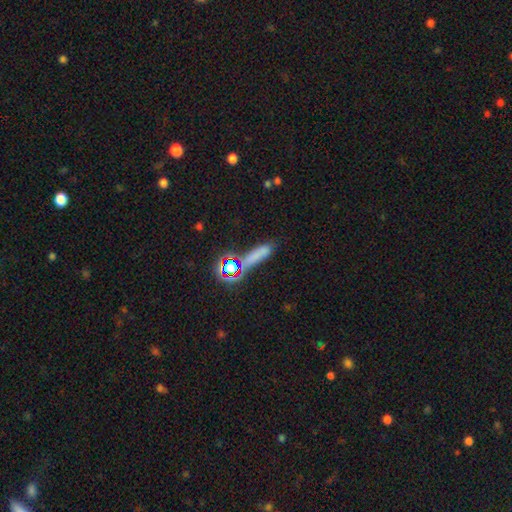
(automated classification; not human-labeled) A smooth galaxy with no disk features (57%) that is cigar-shaped (64%). Merging: none (61%).